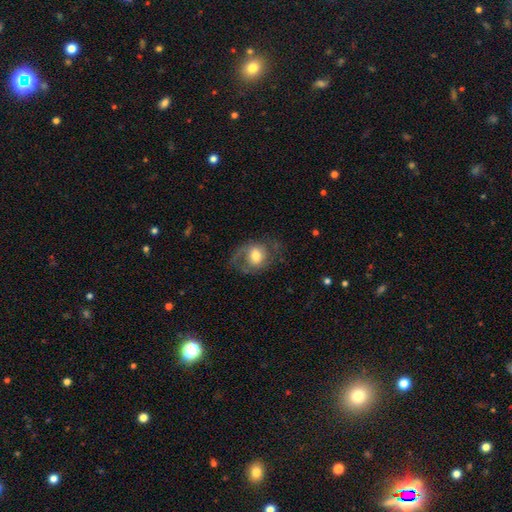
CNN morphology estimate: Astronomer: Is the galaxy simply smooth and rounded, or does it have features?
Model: featured or disk — 48% (runner-up: smooth, 45%).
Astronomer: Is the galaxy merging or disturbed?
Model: none — 57%.